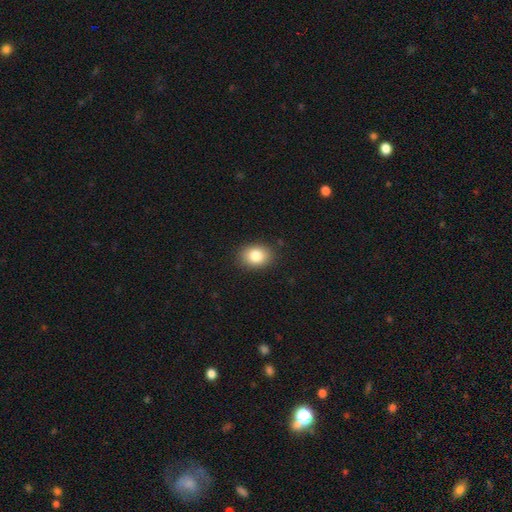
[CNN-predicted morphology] A smooth galaxy with no disk features (84%) that is in between round and cigar-shaped (66%). Merging: none (88%).